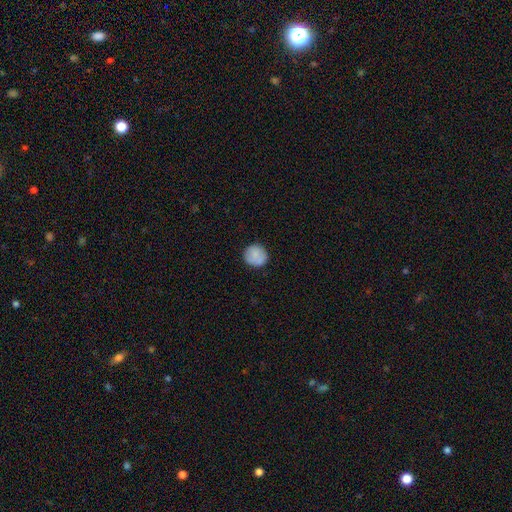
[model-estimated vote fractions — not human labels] Morphology: type=smooth (84%); roundness=round (92%); merging=none (85%).